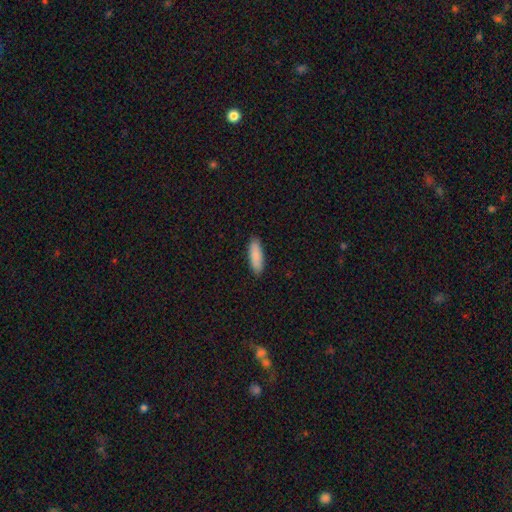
A smooth galaxy with no disk features (90%) that is cigar-shaped (75%).

Vote fractions:
- Smooth or featured? smooth: 90% / star or artifact: 8% / featured or disk: 2%
- How rounded? cigar-shaped: 75% / in between: 22% / round: 3%
- Merging? none: 86% / minor disturbance: 5% / merger: 5% / major disturbance: 3%